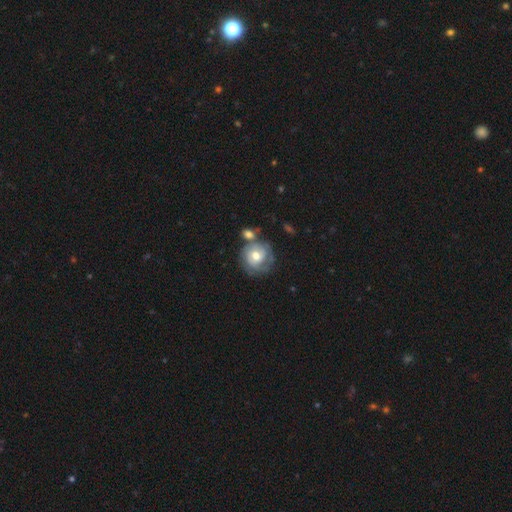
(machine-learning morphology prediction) type=featured or disk (61%); edge-on=no (97%); bar=no (76%); spiral arms=yes (78%); bulge=moderate (74%); merging=none (55%).